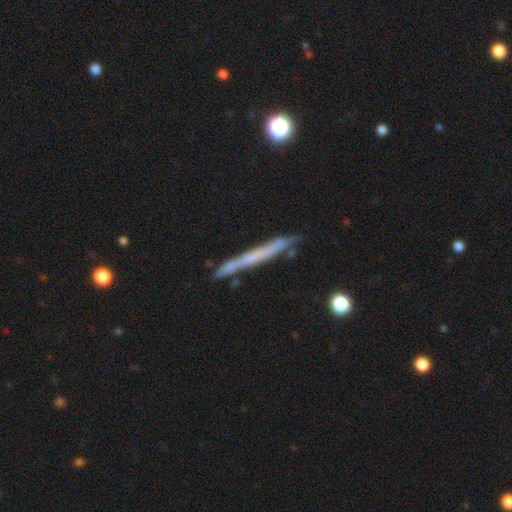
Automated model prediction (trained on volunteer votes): Overall: featured or disk (51%; smooth 42%). Edge-on disk: yes (93%). Merging: none (80%).